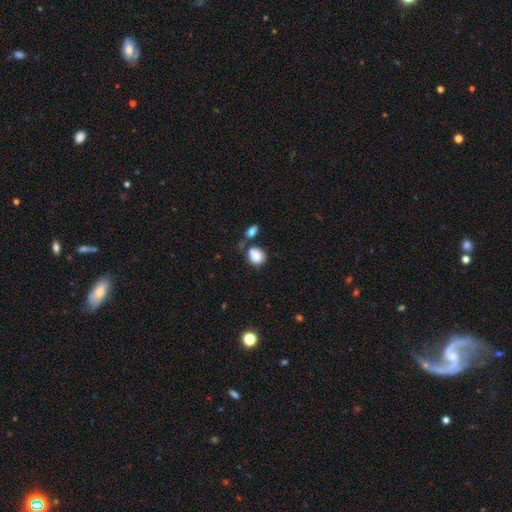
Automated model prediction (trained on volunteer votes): A smooth galaxy with no disk features (84%) that is round (55%).

Vote fractions:
- Smooth or featured? smooth: 84% / star or artifact: 8% / featured or disk: 8%
- How rounded? round: 55% / in between: 43% / cigar-shaped: 1%
- Merging? none: 49% / merger: 23% / minor disturbance: 21% / major disturbance: 7%